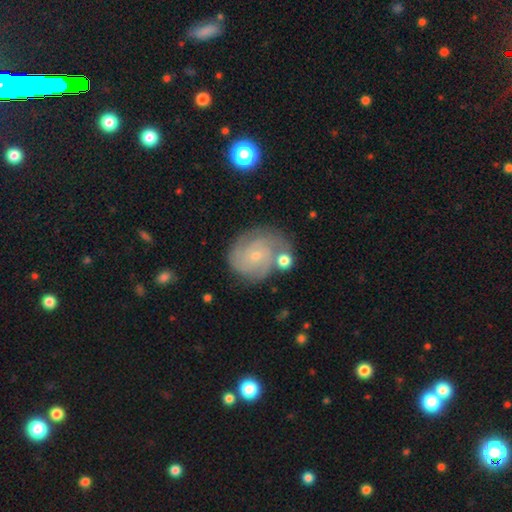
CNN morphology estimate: This appears to be a featured or disk galaxy (74%) with no bar (73%), tight (65%) spiral arms (92%) and a small central bulge (79%). Merging: none (67%).